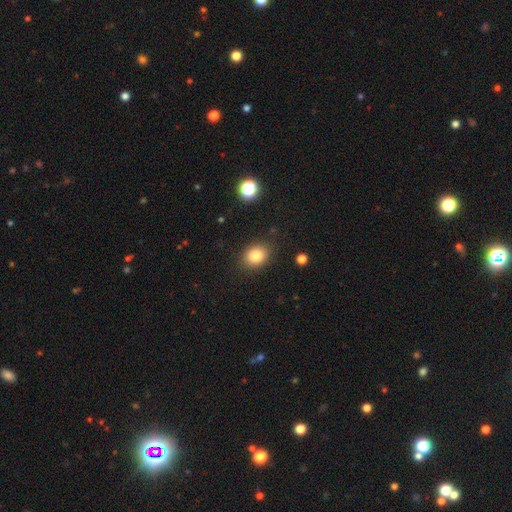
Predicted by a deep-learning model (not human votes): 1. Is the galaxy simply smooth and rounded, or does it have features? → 82% smooth, 11% star or artifact, 7% featured or disk.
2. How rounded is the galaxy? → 52% in between, 47% round, 1% cigar-shaped.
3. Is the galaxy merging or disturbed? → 86% none, 10% minor disturbance, 3% major disturbance, 2% merger.